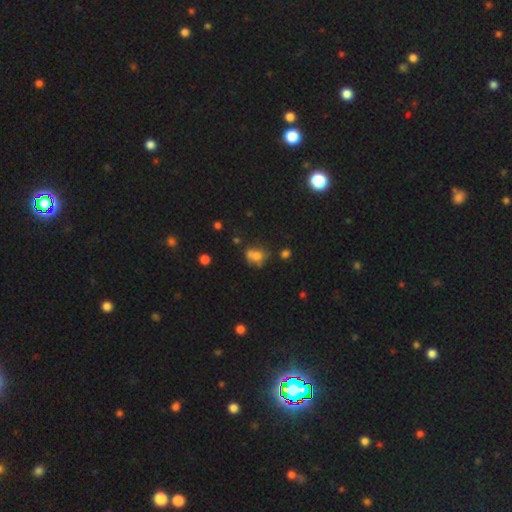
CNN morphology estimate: Overall: smooth (63%). How rounded: round (53%; in between 46%). Merging: none (36%; merger 33%).